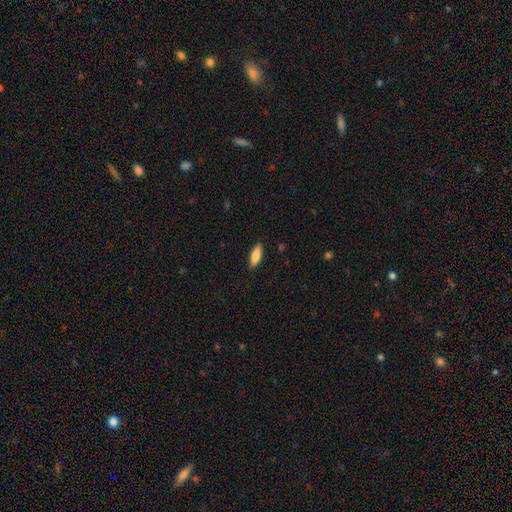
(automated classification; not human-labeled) A smooth galaxy with no disk features (84%) that is in between round and cigar-shaped (60%).

Vote fractions:
- Smooth or featured? smooth: 84% / featured or disk: 10% / star or artifact: 6%
- How rounded? in between: 60% / cigar-shaped: 39% / round: 2%
- Merging? none: 88% / minor disturbance: 9% / major disturbance: 2% / merger: 1%